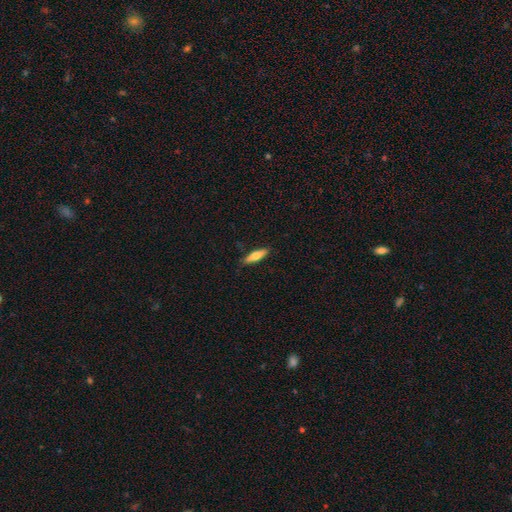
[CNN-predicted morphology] This is likely a smooth galaxy (65%). How rounded: likely cigar-shaped (65%). Merging: clearly none (88%).